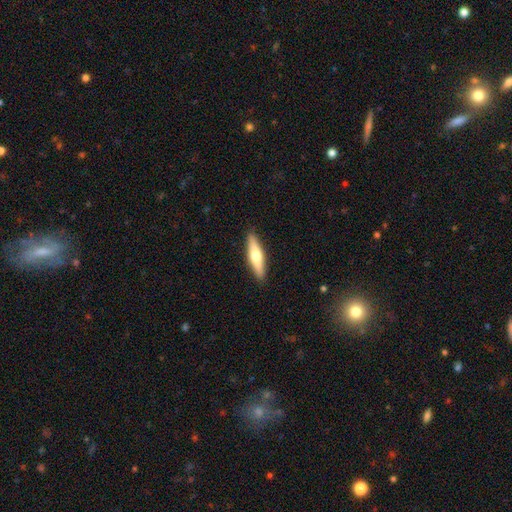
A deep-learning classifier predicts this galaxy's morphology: The model was most divided on "smooth or featured": smooth: 55%, featured or disk: 40%, star or artifact: 5%. More confident: merging — none (90%); how rounded — cigar-shaped (72%).